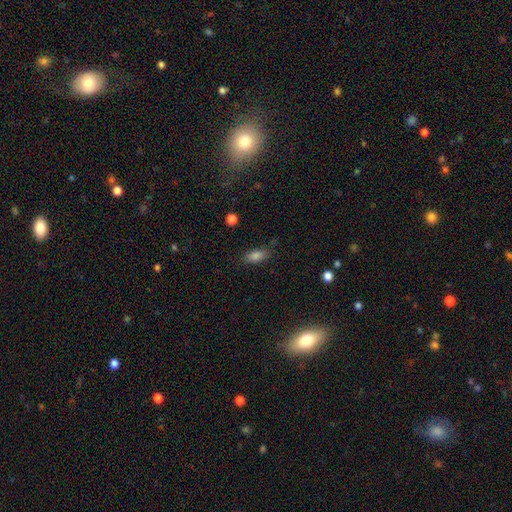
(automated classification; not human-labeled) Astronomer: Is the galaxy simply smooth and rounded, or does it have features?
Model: smooth — 77%.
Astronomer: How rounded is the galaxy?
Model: in between — 79%.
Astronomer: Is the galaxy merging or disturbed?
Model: none — 83%.